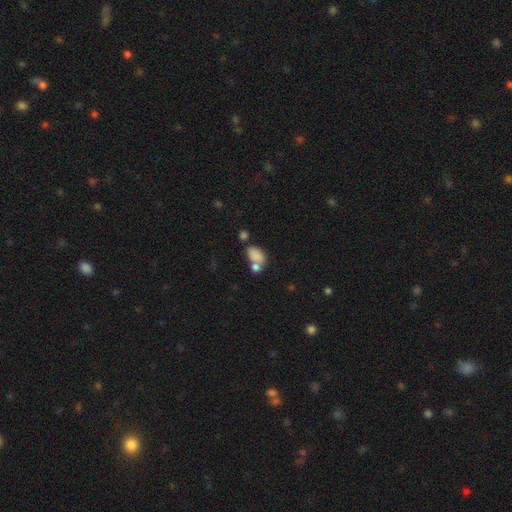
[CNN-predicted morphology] type=smooth (79%); roundness=in between (86%); merging=merger (47%).